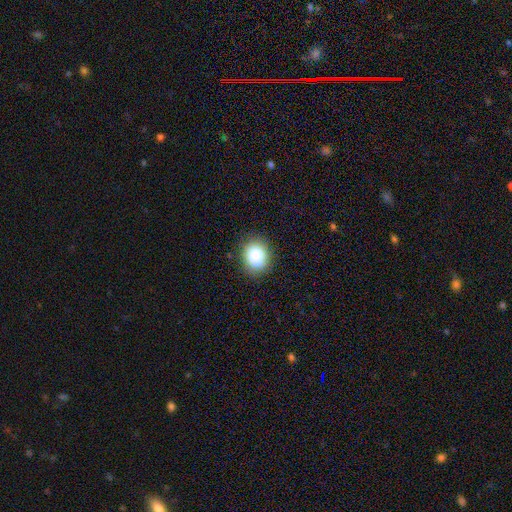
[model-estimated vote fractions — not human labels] Q: Smooth or featured?
A: smooth (86%); runner-up: star or artifact (9%)
Q: How rounded?
A: round (56%); runner-up: in between (43%)
Q: Merging?
A: none (86%); runner-up: minor disturbance (10%)